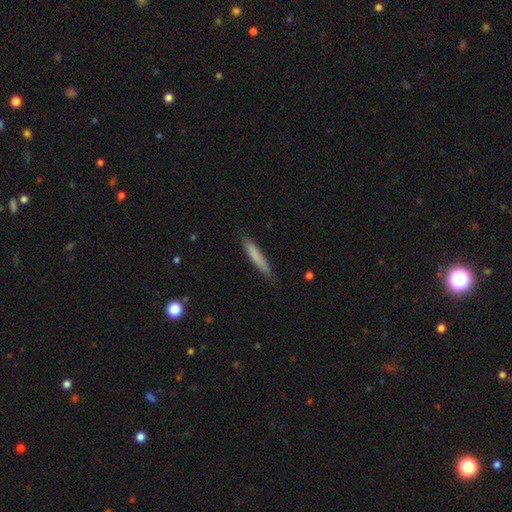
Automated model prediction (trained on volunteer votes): smooth_or_featured: smooth (p=0.77) [alt: featured or disk p=0.17]
how_rounded: cigar-shaped (p=0.93) [alt: in between p=0.06]
merging: none (p=0.86) [alt: minor disturbance p=0.11]